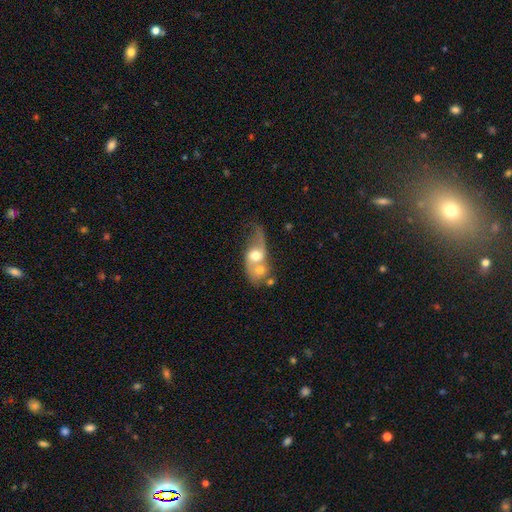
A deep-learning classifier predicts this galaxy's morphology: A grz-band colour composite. It shows a featured or disk galaxy (49%). Merging: merger (63%).